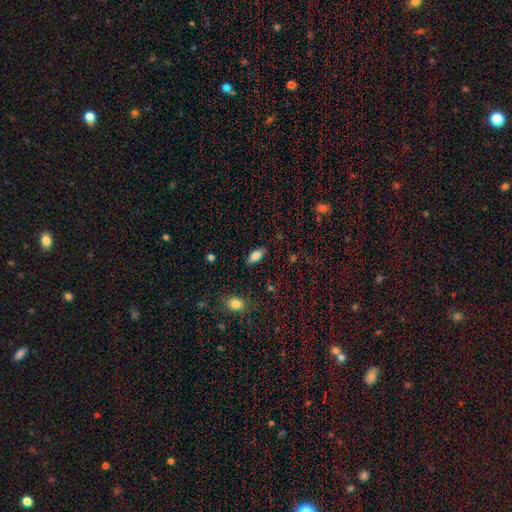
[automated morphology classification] Q: Smooth or featured?
A: smooth (81%); runner-up: featured or disk (11%)
Q: How rounded?
A: in between (86%); runner-up: cigar-shaped (11%)
Q: Merging?
A: none (84%); runner-up: minor disturbance (11%)